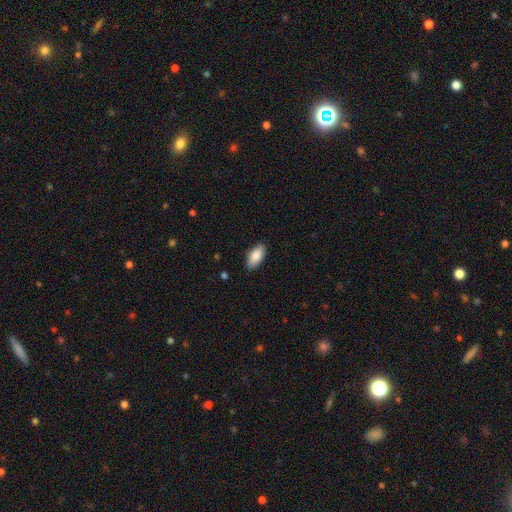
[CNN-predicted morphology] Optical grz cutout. It shows a smooth galaxy with no disk features (85%) that is in between round and cigar-shaped (90%). Merging: none (88%).